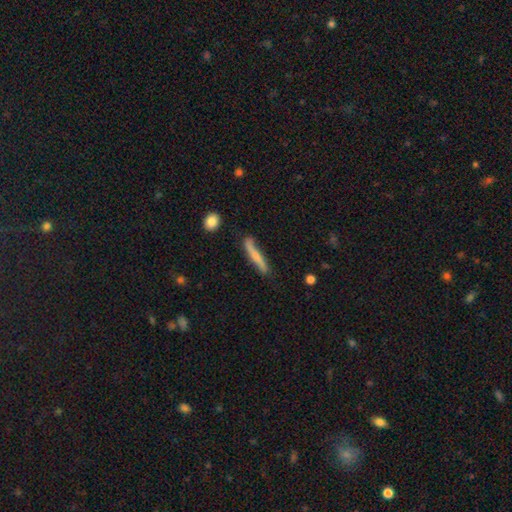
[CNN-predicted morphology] Q: Smooth or featured?
A: smooth (54%); runner-up: featured or disk (40%)
Q: How rounded?
A: cigar-shaped (92%); runner-up: in between (6%)
Q: Merging?
A: none (68%); runner-up: minor disturbance (23%)